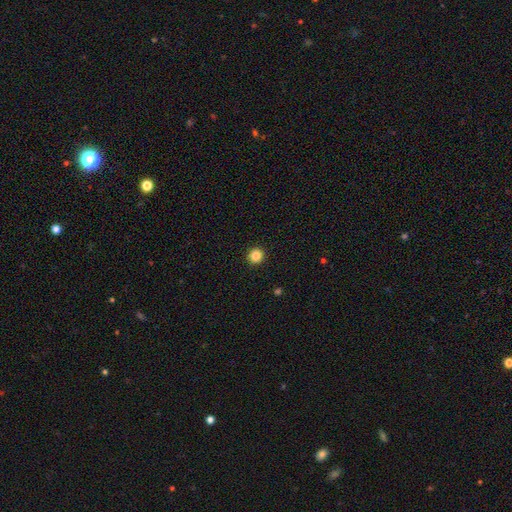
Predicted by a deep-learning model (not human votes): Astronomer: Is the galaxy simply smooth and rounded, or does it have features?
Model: smooth — 85%.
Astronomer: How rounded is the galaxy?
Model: round — 93%.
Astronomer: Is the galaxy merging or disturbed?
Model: none — 93%.